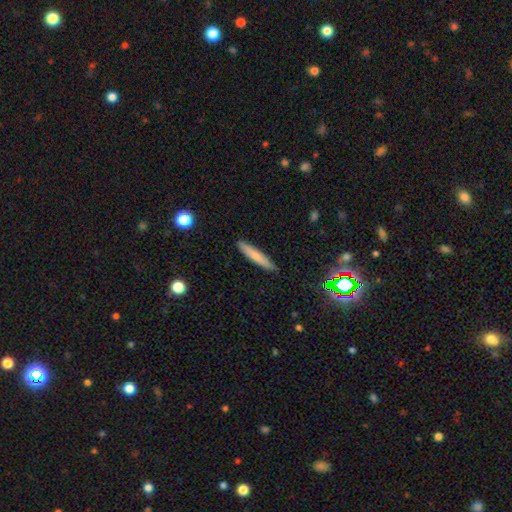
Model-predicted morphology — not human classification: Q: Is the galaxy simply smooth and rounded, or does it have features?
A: smooth — 73%.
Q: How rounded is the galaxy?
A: cigar-shaped — 90%.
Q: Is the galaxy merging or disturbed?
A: none — 88%.